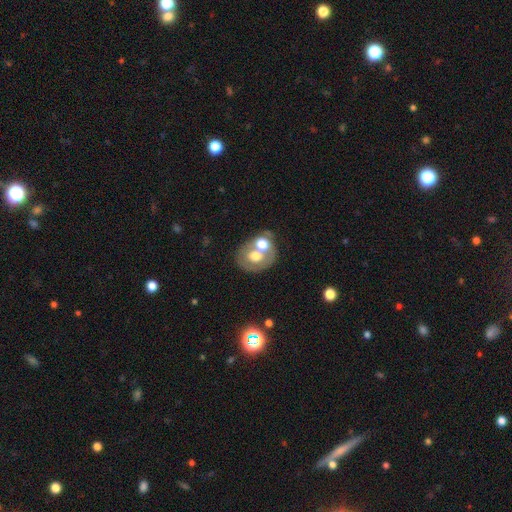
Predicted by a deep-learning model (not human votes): Smooth or featured? Predicted: smooth (p=0.52). How rounded? Predicted: round (p=0.54). Merging? Predicted: merger (p=0.45).